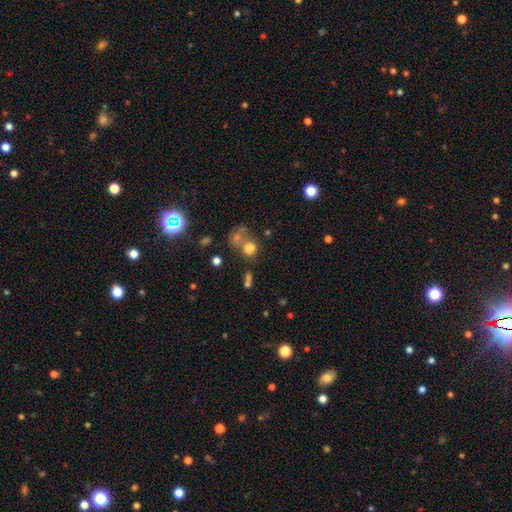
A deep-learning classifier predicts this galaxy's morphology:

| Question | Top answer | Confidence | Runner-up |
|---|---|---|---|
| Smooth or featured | smooth | 43% | star or artifact (35%) |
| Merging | none | 46% | merger (29%) |